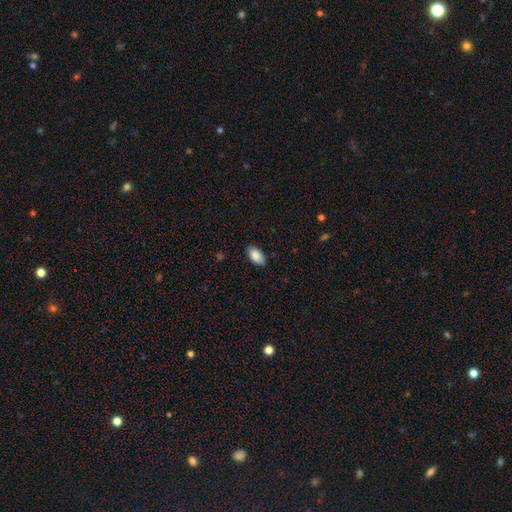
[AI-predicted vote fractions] Morphology: type=smooth (87%); roundness=in between (94%); merging=none (86%).